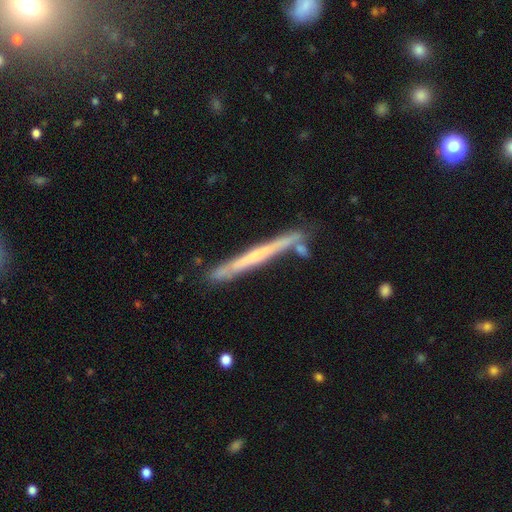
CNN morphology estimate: This appears to be a featured or disk galaxy (58%) viewed edge-on (95%) with no central bulge (79%). Merging: none (79%).